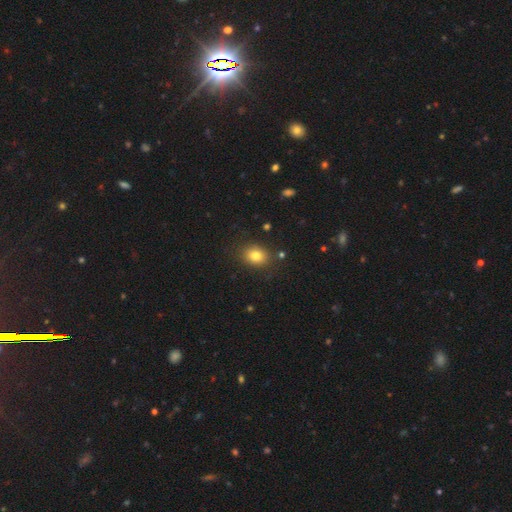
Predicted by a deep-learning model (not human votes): Smooth or featured? Predicted: smooth (p=0.81). How rounded? Predicted: in between (p=0.51). Merging? Predicted: none (p=0.84).